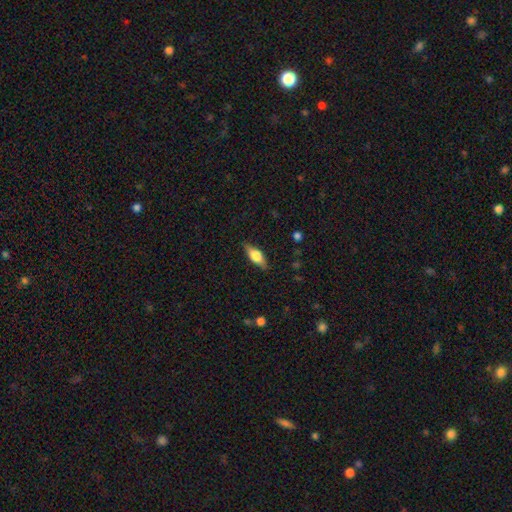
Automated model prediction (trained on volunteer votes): Q: Smooth or featured?
A: smooth (63%); runner-up: featured or disk (30%)
Q: How rounded?
A: in between (71%); runner-up: cigar-shaped (26%)
Q: Merging?
A: none (84%); runner-up: minor disturbance (12%)